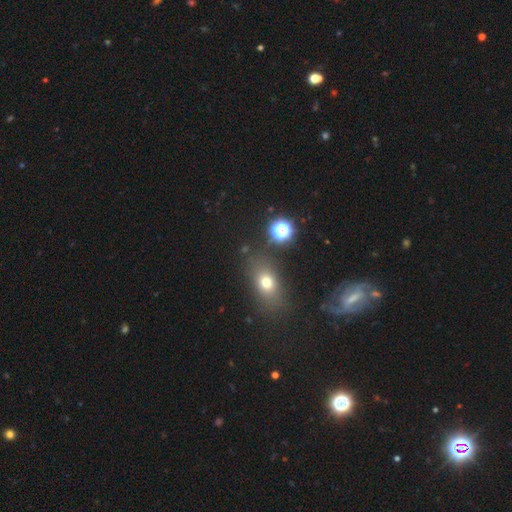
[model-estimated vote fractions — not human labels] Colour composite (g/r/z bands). It shows a smooth galaxy with no disk features (53%) that is in between round and cigar-shaped (64%). Merging: none (75%).